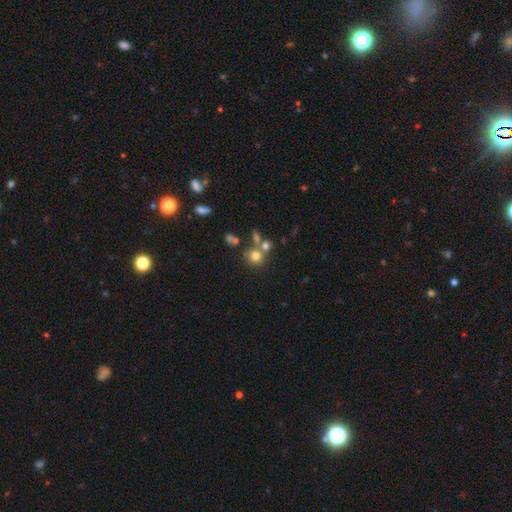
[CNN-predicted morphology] Overall: smooth (71%). How rounded: round (86%). Merging: none (55%; merger 32%).